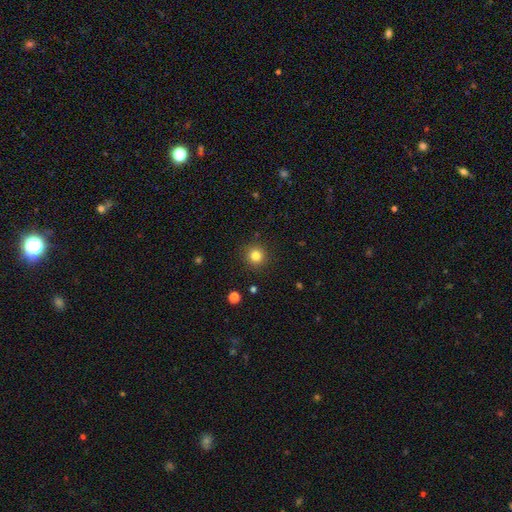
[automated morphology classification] Overall: smooth (82%). How rounded: round (94%). Merging: none (91%).